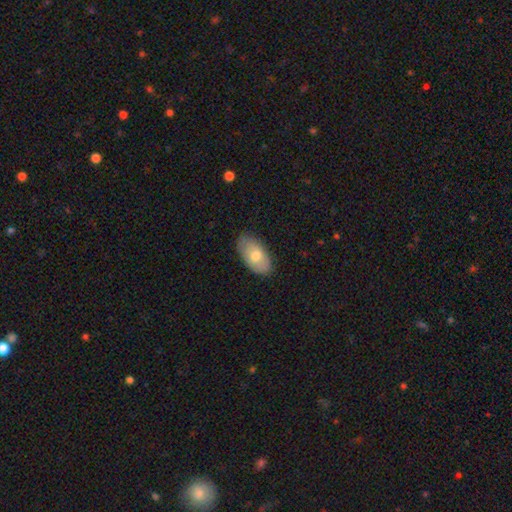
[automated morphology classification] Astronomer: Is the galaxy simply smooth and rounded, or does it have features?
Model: smooth — 71%.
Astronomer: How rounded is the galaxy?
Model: in between — 94%.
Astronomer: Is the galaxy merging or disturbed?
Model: none — 81%.